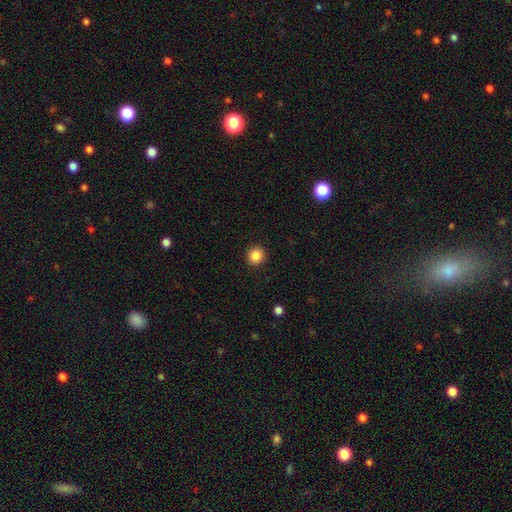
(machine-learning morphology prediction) A smooth galaxy with no disk features (86%) that is round (90%). Merging: none (92%).